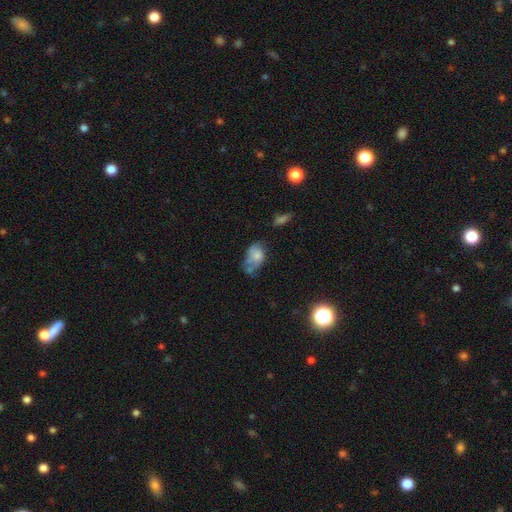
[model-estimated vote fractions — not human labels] This is likely a smooth galaxy (64%). How rounded: clearly in between (82%). Merging: marginally minor disturbance (32%).